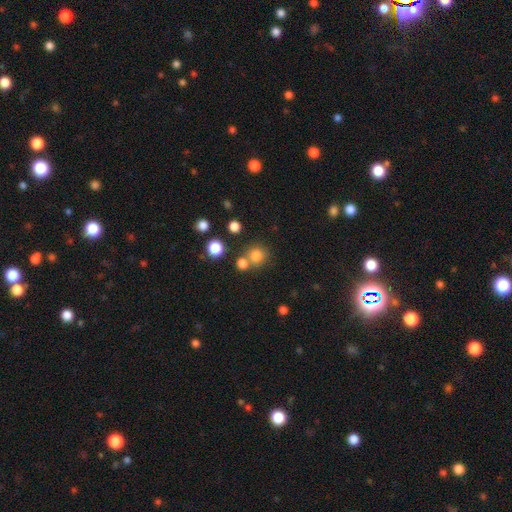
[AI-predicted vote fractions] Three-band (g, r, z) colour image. It shows a smooth galaxy with no disk features (79%) that is round (89%). Merging: none (67%).